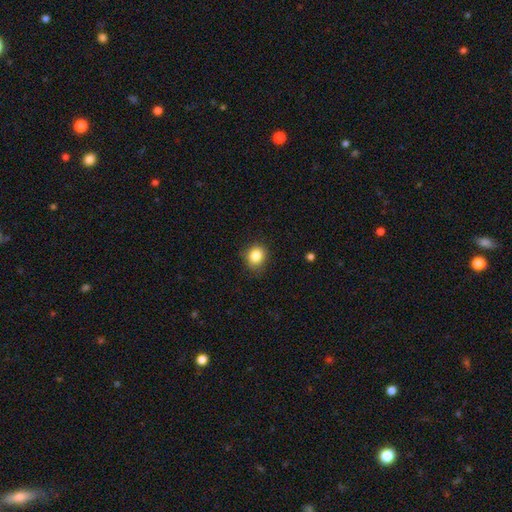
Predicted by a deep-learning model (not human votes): smooth_or_featured: smooth (p=0.84) [alt: star or artifact p=0.11]
how_rounded: round (p=0.71) [alt: in between p=0.28]
merging: none (p=0.84) [alt: minor disturbance p=0.12]